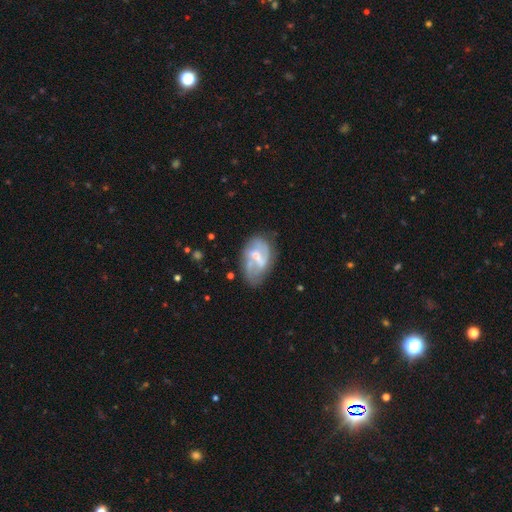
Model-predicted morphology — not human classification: smooth-or-featured: featured or disk: 74% | smooth: 20% | star or artifact: 6%
  disk-edge-on: no: 96% | yes: 4%
    bar: weak: 47% | strong: 34% | no: 18%
    has-spiral-arms: yes: 76% | no: 24%
      spiral-winding: medium: 40% | loose: 37% | tight: 22%
      spiral-arm-count: 2: 63% | can't tell: 19% | 1: 11% | 3: 4% | 4: 1% | more than 4: 1%
    bulge-size: small: 51% | moderate: 43% | none: 3% | large: 2% | dominant: 1%
  merging: none: 53% | minor disturbance: 27% | major disturbance: 15% | merger: 5%